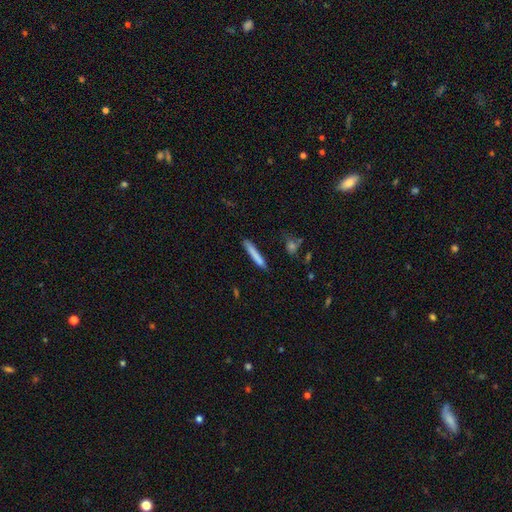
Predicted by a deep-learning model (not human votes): Morphology: type=smooth (78%); roundness=cigar-shaped (94%); merging=none (82%).